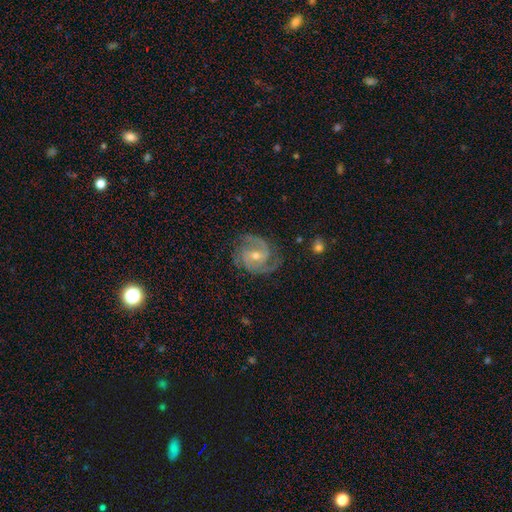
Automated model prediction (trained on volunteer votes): A featured or disk galaxy (90%) with a weak bar (44%), 2 (70%) medium (48%) spiral arms (98%) and a moderate central bulge (50%). Merging: none (79%).